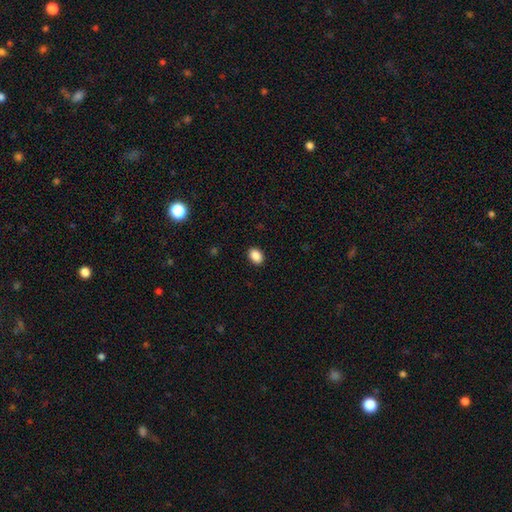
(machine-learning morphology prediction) Smooth or featured: smooth — 89% (star or artifact — 8%)
How rounded: in between — 73% (round — 26%)
Merging: none — 90% (minor disturbance — 7%)